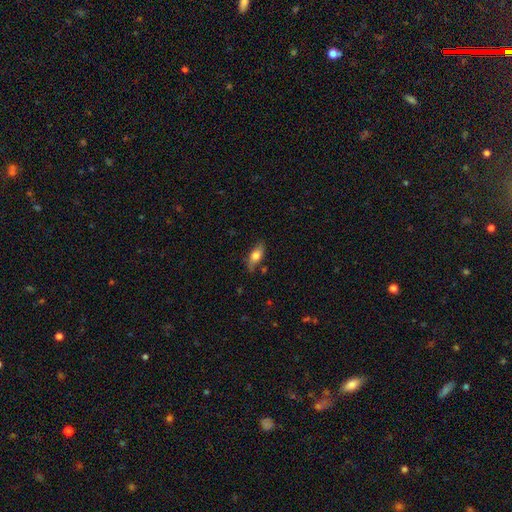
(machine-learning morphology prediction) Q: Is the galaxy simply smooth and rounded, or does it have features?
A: smooth — 70%.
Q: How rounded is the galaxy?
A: in between — 79%.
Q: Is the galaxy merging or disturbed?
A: none — 74%.